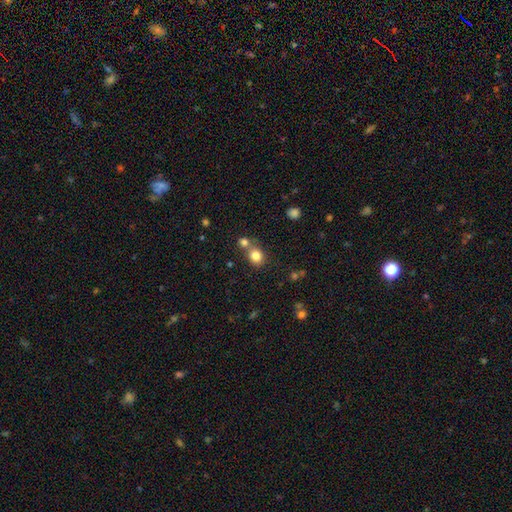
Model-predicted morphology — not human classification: Smooth or featured?
  - smooth: 81% *
  - star or artifact: 12%
  - featured or disk: 7%
How rounded?
  - round: 68% *
  - in between: 31%
  - cigar-shaped: 1%
Merging?
  - none: 55% *
  - merger: 32%
  - minor disturbance: 9%
  - major disturbance: 3%